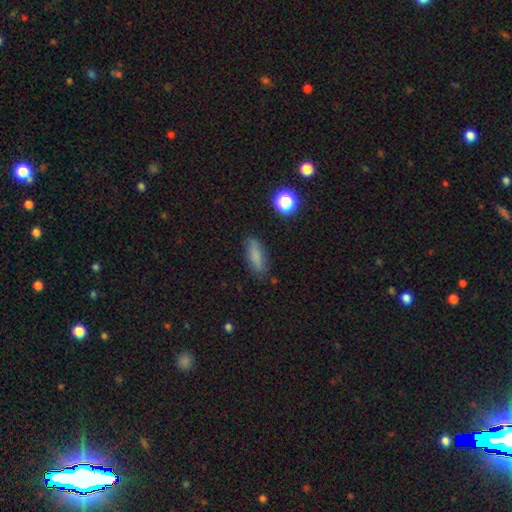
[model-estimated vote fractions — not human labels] smooth-or-featured: smooth: 80% | star or artifact: 11% | featured or disk: 10%
  how-rounded: in between: 59% | cigar-shaped: 37% | round: 4%
  merging: none: 79% | minor disturbance: 15% | major disturbance: 4% | merger: 2%